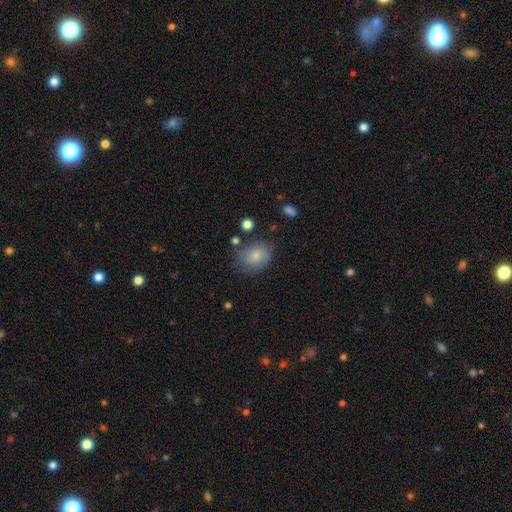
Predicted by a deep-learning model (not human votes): smooth-or-featured: smooth: 79% | featured or disk: 13% | star or artifact: 8%
  how-rounded: in between: 56% | round: 43% | cigar-shaped: 1%
  merging: none: 66% | minor disturbance: 23% | major disturbance: 8% | merger: 4%